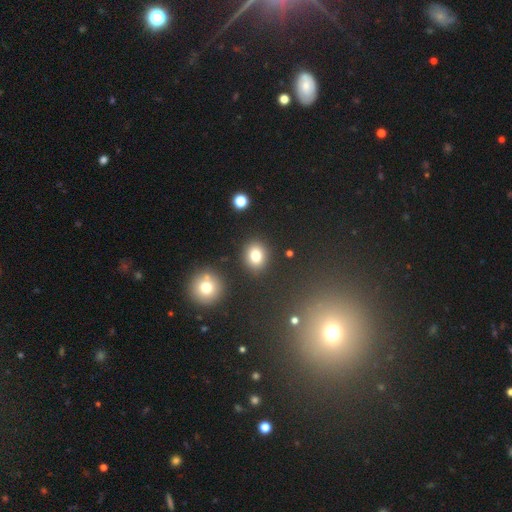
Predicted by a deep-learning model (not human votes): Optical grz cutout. It shows a smooth galaxy with no disk features (78%) that is round (68%). Merging: none (85%).